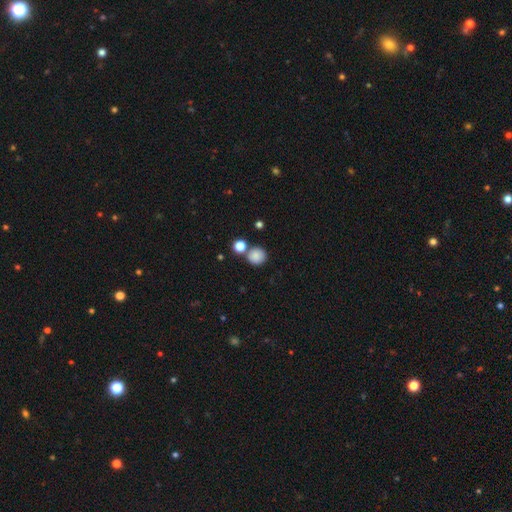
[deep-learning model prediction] Smooth or featured? Predicted: smooth (p=0.85). How rounded? Predicted: round (p=0.90). Merging? Predicted: none (p=0.71).